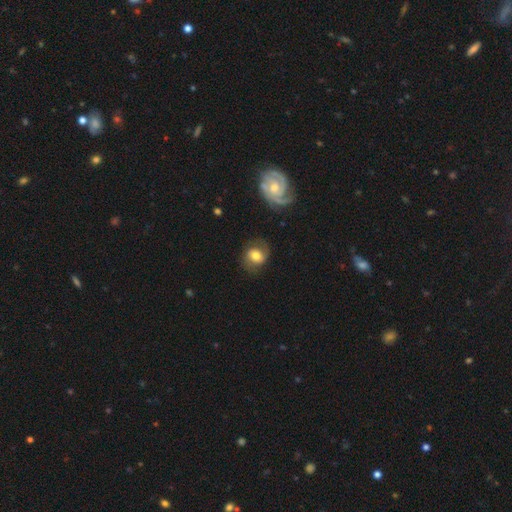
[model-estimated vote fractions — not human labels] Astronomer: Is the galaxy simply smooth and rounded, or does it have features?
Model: featured or disk — 47% (runner-up: smooth, 45%).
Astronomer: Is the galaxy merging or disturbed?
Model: none — 71%.